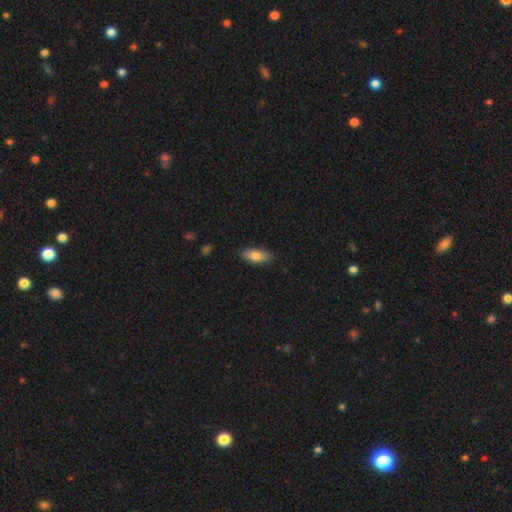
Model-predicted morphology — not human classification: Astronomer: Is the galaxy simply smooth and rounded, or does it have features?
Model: smooth — 81%.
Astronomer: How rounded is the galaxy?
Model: in between — 79%.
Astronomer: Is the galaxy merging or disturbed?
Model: none — 85%.